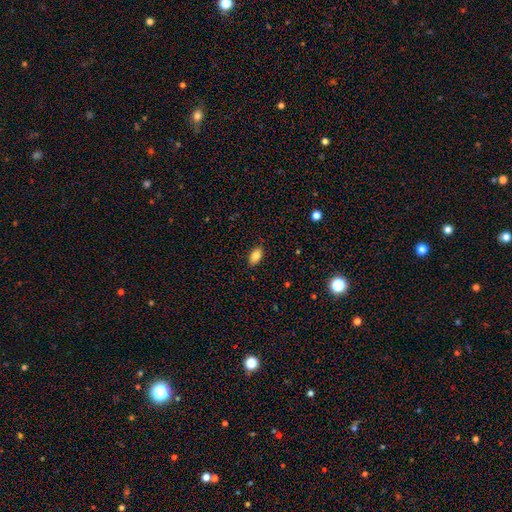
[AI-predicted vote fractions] Smooth or featured? Predicted: smooth (p=0.83). How rounded? Predicted: in between (p=0.92). Merging? Predicted: none (p=0.86).